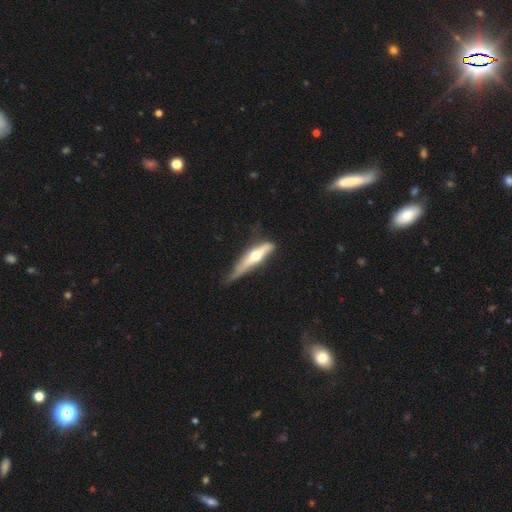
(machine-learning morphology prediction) type=featured or disk (58%); edge-on=yes (83%); merging=minor disturbance (41%).